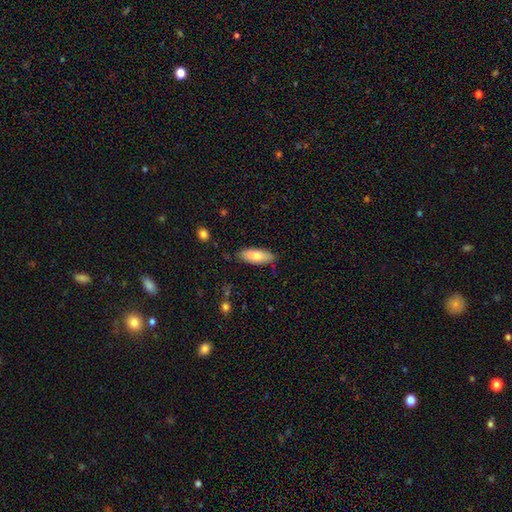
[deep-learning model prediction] Overall: smooth (69%). How rounded: in between (75%). Merging: none (71%).